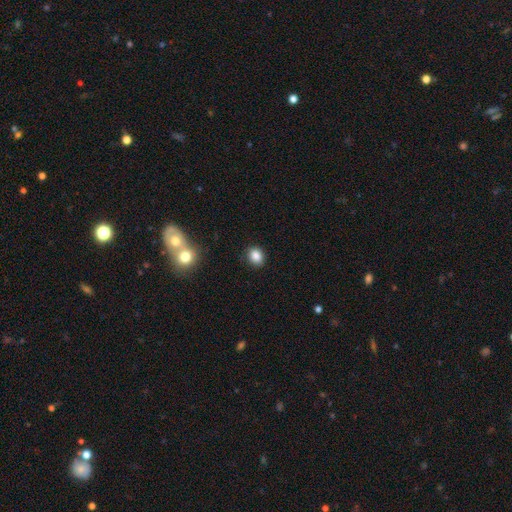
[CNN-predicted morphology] type=smooth (85%); roundness=round (55%); merging=none (88%).